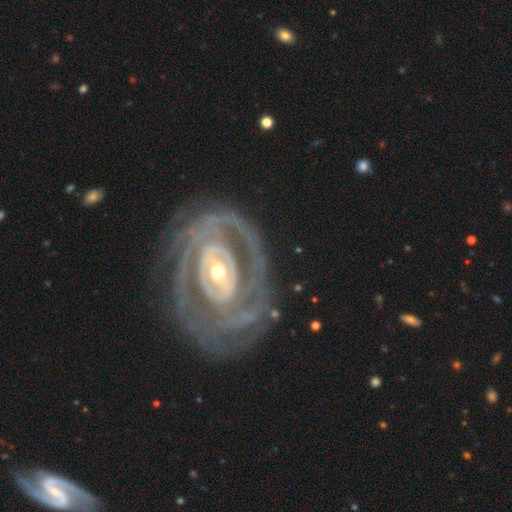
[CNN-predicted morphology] This appears to be a featured or disk galaxy (87%) with no bar (47%), 2 (35%) tight (73%) spiral arms (85%) and a small central bulge (63%). Merging: none (73%).